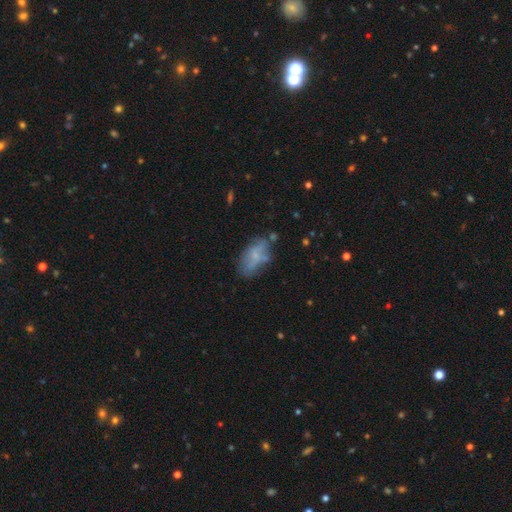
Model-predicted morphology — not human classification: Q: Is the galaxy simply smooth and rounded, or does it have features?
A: smooth — 50%.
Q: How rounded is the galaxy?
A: in between — 89%.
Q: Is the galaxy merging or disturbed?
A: none — 51%.